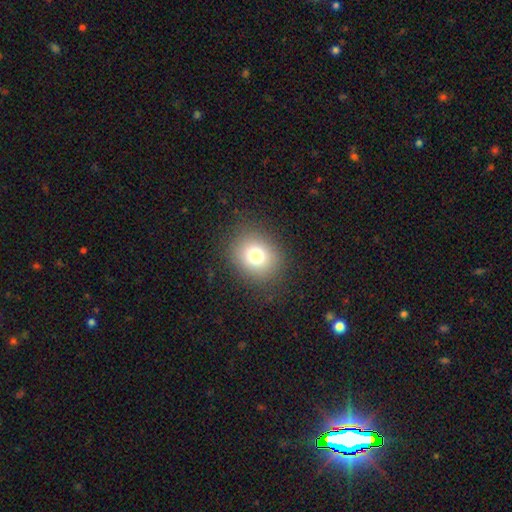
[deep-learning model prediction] This appears to be a smooth galaxy with no disk features (76%) that is round (71%). Merging: none (86%).